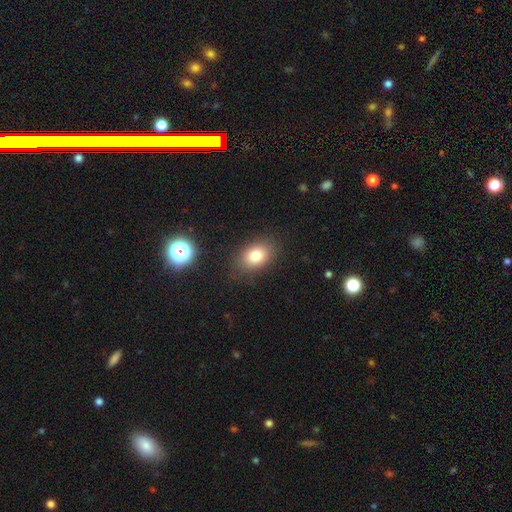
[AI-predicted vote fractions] smooth 80%, star or artifact 11%, featured or disk 9%. Down the decision tree: how rounded — in between (78%); merging — none (83%).